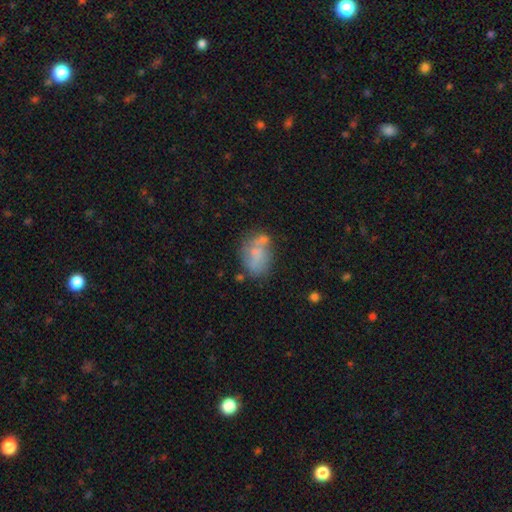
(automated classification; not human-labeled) Q: Smooth or featured?
A: smooth (56%); runner-up: featured or disk (32%)
Q: How rounded?
A: in between (81%); runner-up: round (17%)
Q: Merging?
A: none (49%); runner-up: minor disturbance (22%)